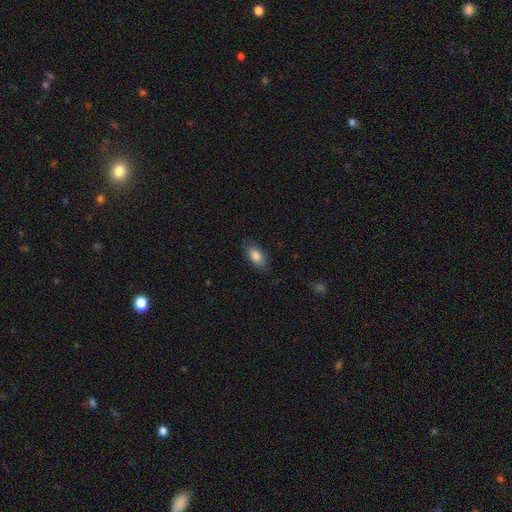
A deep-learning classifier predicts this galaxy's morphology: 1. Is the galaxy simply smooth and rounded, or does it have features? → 84% smooth, 9% featured or disk, 7% star or artifact.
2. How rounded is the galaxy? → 90% in between, 5% cigar-shaped, 4% round.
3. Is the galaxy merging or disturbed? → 80% none, 15% minor disturbance, 4% major disturbance, 1% merger.